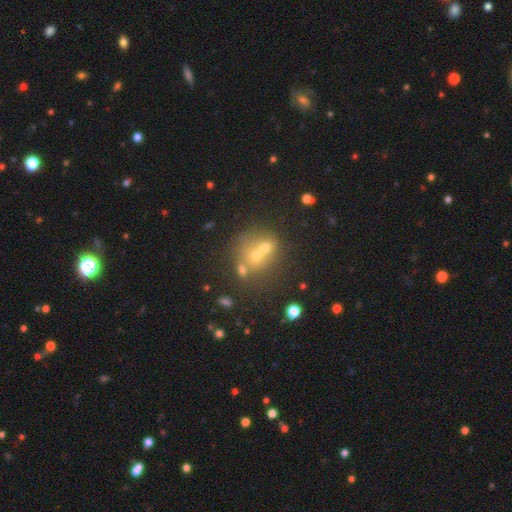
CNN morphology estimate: A smooth galaxy with no disk features (56%) that is round (75%).

Vote fractions:
- Smooth or featured? smooth: 56% / featured or disk: 27% / star or artifact: 18%
- How rounded? round: 75% / in between: 24% / cigar-shaped: 1%
- Merging? merger: 57% / none: 31% / minor disturbance: 7% / major disturbance: 5%